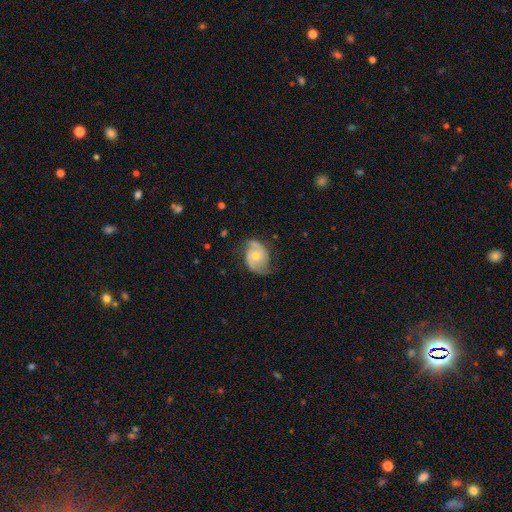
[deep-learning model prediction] This appears to be a featured or disk galaxy (81%) with no bar (66%), 2 (88%) medium (48%) spiral arms (94%) and a moderate central bulge (55%). Merging: none (68%).